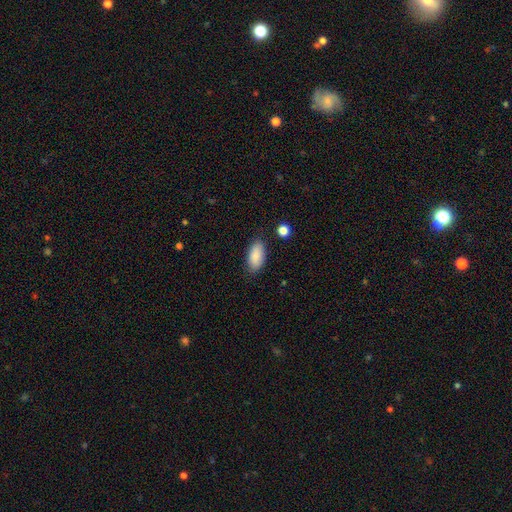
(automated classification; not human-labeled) smooth 89%, star or artifact 7%, featured or disk 5%. Down the decision tree: how rounded — in between (91%); merging — none (83%).